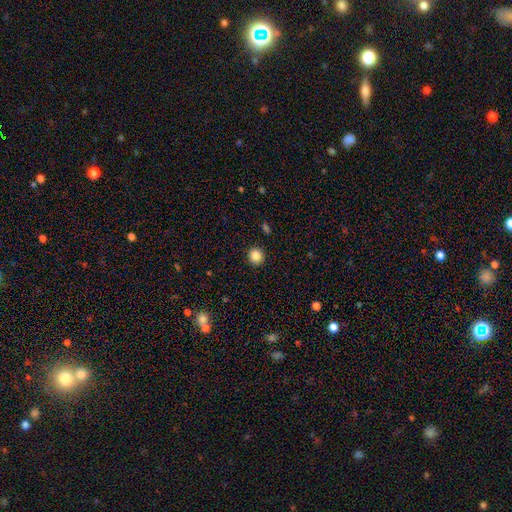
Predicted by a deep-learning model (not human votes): smooth_or_featured: smooth (p=0.84) [alt: star or artifact p=0.10]
how_rounded: round (p=0.91) [alt: in between p=0.08]
merging: none (p=0.92) [alt: minor disturbance p=0.05]